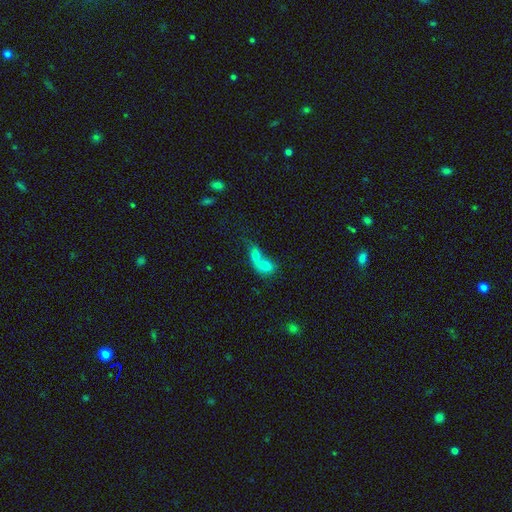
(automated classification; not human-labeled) This appears to be a smooth galaxy with no disk features (72%) that is in between round and cigar-shaped (60%). Merging: merger (80%).